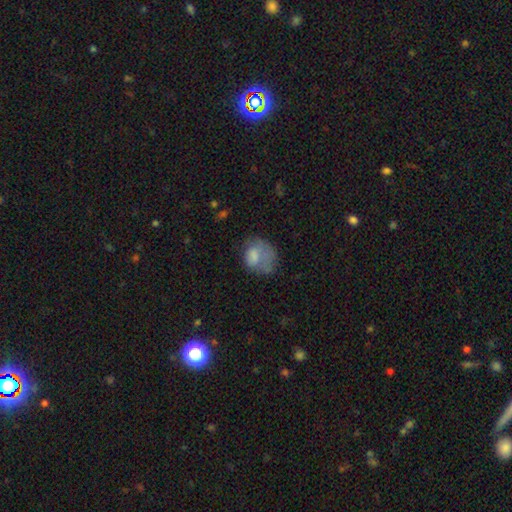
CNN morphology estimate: The model was most divided on "how rounded": in between: 50%, round: 49%, cigar-shaped: 1%. Remaining: smooth or featured — smooth (69%); merging — major disturbance (35%).